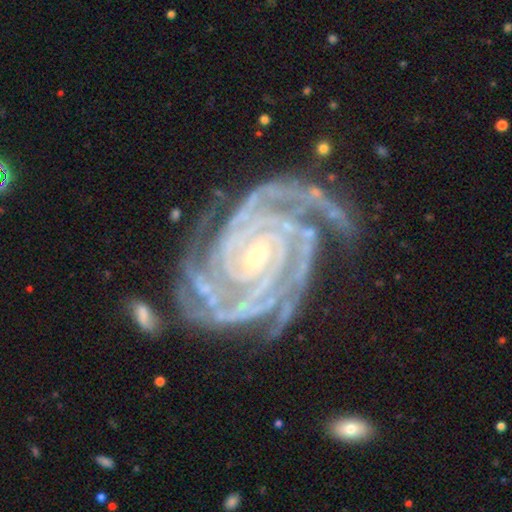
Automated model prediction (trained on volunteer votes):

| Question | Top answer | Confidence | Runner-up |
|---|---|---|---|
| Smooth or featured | featured or disk | 94% | star or artifact (4%) |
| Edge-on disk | no | 98% | yes (2%) |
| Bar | no | 41% | weak (33%) |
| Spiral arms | yes | 99% | no (1%) |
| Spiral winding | tight | 82% | medium (16%) |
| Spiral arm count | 4 | 32% | 3 (26%) |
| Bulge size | small | 72% | moderate (25%) |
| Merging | none | 68% | minor disturbance (20%) |